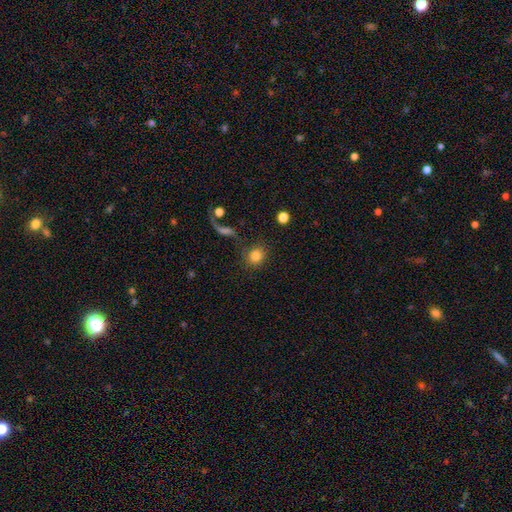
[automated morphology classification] type=smooth (82%); roundness=round (84%); merging=none (75%).